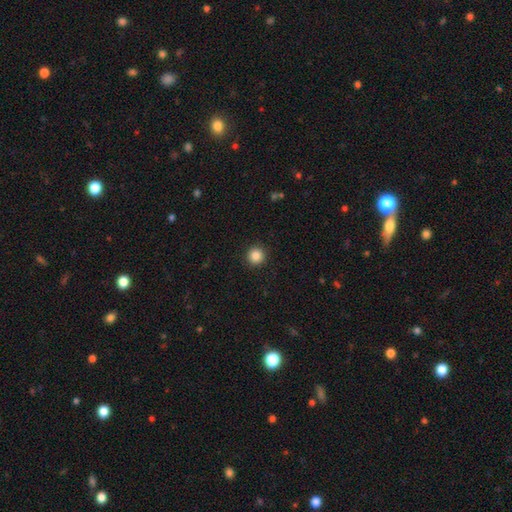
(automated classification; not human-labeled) Smooth or featured? Predicted: smooth (p=0.87). How rounded? Predicted: round (p=0.95). Merging? Predicted: none (p=0.92).